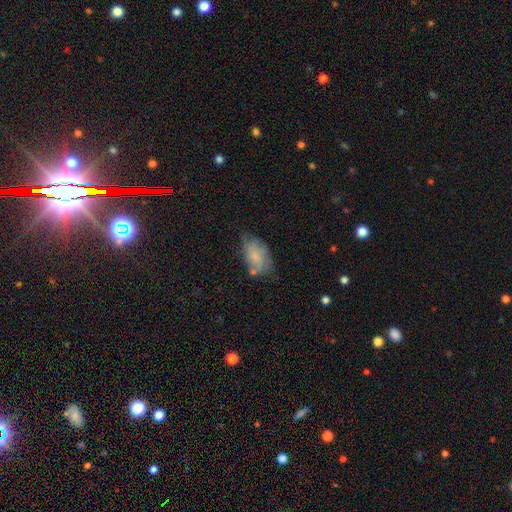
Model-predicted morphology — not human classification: smooth_or_featured: smooth (p=0.70) [alt: featured or disk p=0.22]
how_rounded: in between (p=0.92) [alt: round p=0.06]
merging: none (p=0.50) [alt: minor disturbance p=0.32]